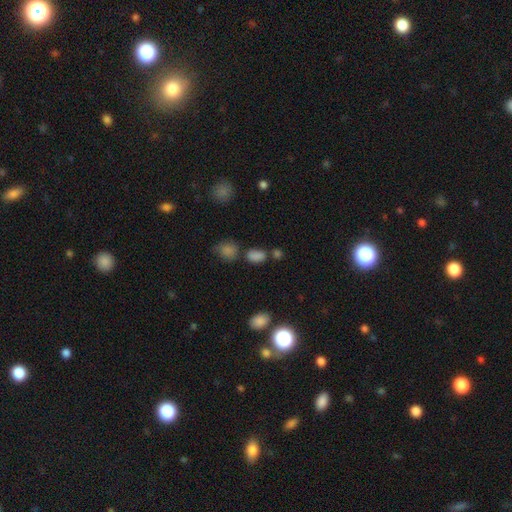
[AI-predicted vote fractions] smooth 68%, star or artifact 25%, featured or disk 7%. Down the decision tree: how rounded — in between (70%); merging — none (65%).